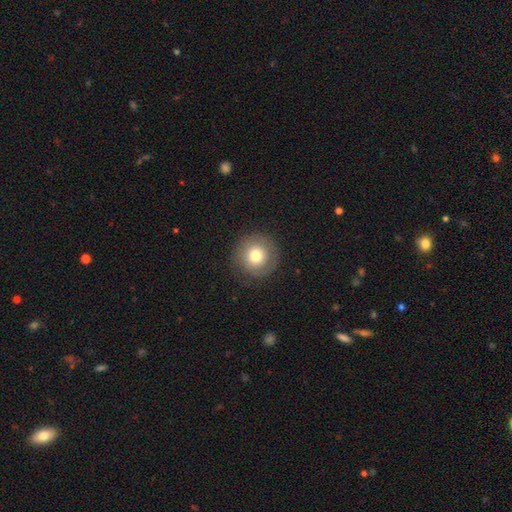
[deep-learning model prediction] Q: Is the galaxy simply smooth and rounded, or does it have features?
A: smooth — 69%.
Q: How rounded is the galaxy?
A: round — 95%.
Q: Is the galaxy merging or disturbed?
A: none — 84%.